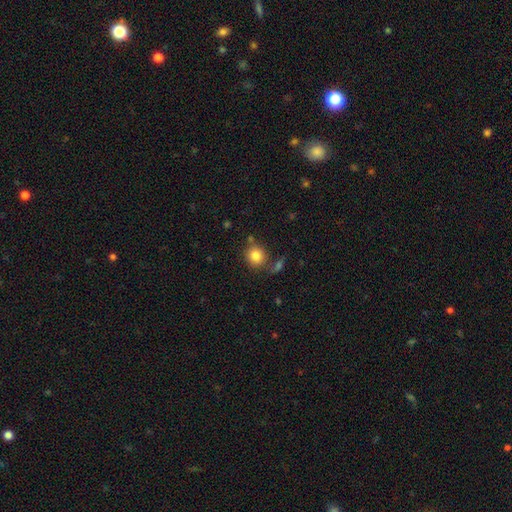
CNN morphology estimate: smooth 83%, star or artifact 10%, featured or disk 7%. Down the decision tree: how rounded — round (86%); merging — none (73%).